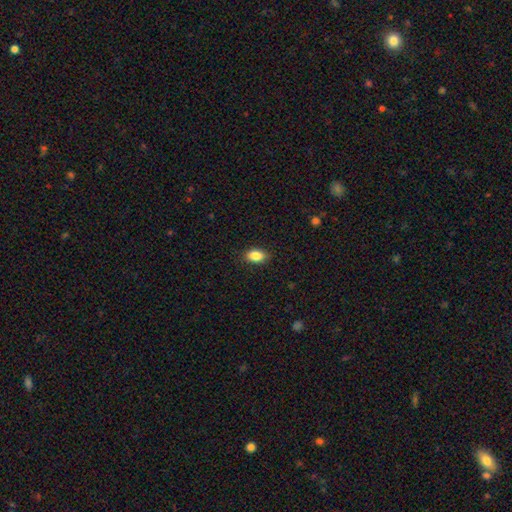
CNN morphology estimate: Q: Smooth or featured?
A: smooth (86%); runner-up: star or artifact (8%)
Q: How rounded?
A: in between (87%); runner-up: round (11%)
Q: Merging?
A: none (88%); runner-up: minor disturbance (9%)